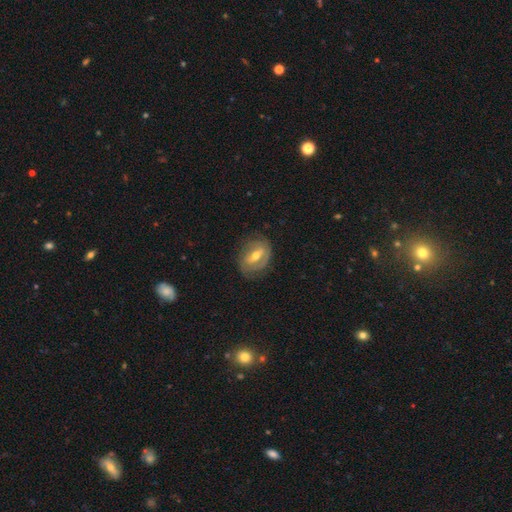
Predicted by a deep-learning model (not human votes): smooth_or_featured: featured or disk (p=0.64) [alt: smooth p=0.28]
disk_edge_on: no (p=0.90) [alt: yes p=0.10]
bar: strong (p=0.45) [alt: weak p=0.37]
has_spiral_arms: yes (p=0.63) [alt: no p=0.37]
bulge_size: moderate (p=0.69) [alt: small p=0.24]
merging: none (p=0.71) [alt: minor disturbance p=0.20]